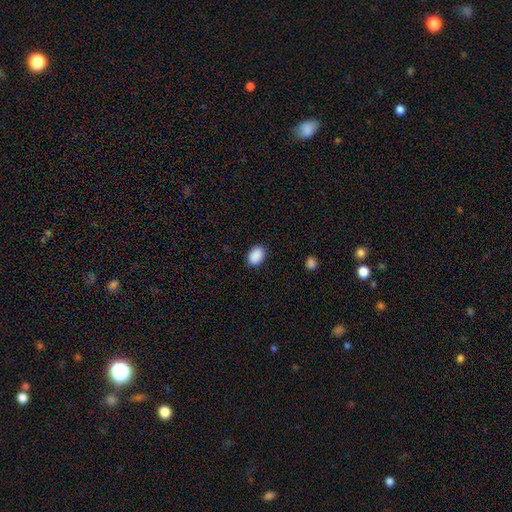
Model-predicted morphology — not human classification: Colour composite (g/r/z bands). It shows a smooth galaxy with no disk features (90%) that is in between round and cigar-shaped (81%). Merging: none (88%).